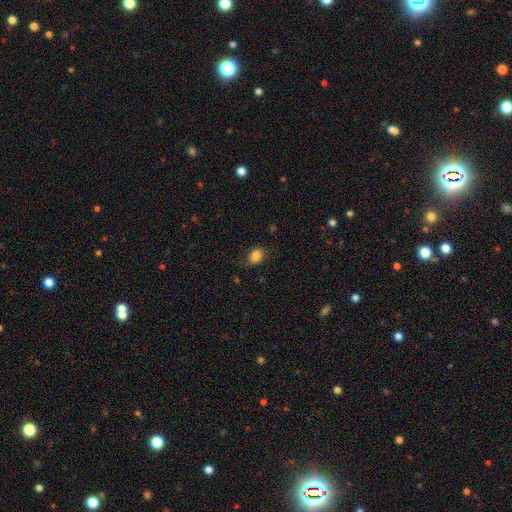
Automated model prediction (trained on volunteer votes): The model was most divided on "how rounded": in between: 65%, round: 34%, cigar-shaped: 1%. More confident: smooth or featured — smooth (83%); merging — none (74%).